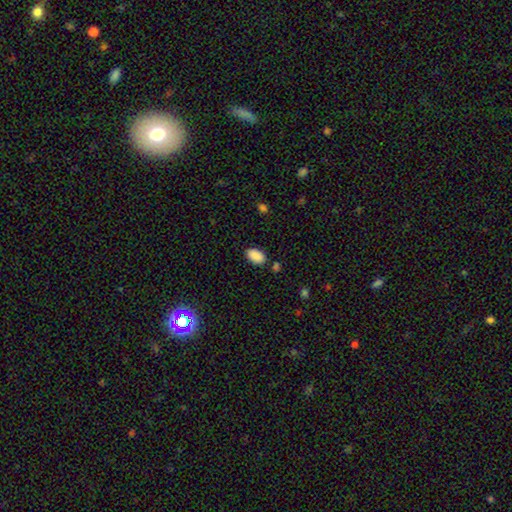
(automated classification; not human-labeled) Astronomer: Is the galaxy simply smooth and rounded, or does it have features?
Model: smooth — 89%.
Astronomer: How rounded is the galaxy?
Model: in between — 93%.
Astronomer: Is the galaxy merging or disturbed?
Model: none — 83%.